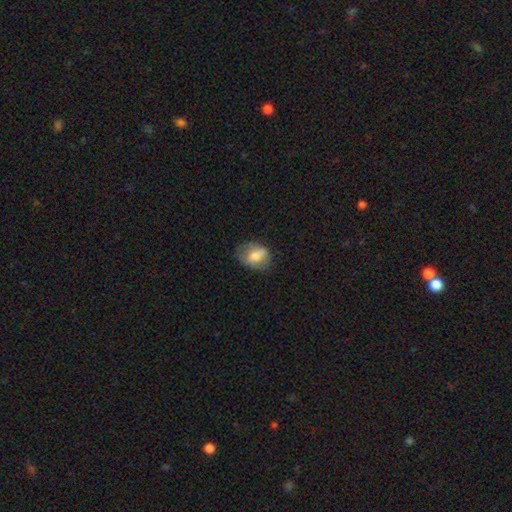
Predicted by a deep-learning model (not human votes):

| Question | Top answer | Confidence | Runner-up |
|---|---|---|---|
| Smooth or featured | smooth | 67% | featured or disk (25%) |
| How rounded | in between | 71% | round (28%) |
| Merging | none | 60% | minor disturbance (26%) |